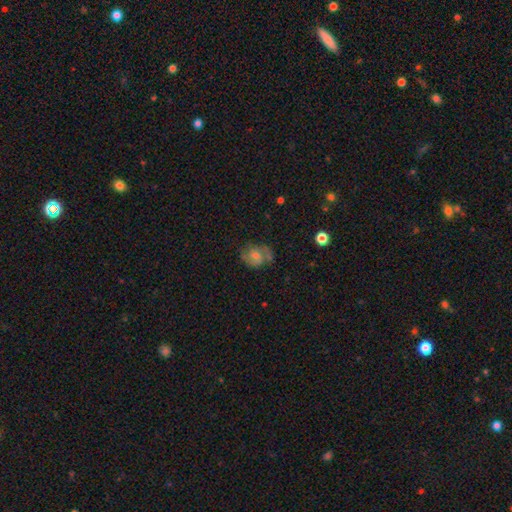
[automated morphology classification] type=featured or disk (70%); edge-on=no (97%); bar=no (59%); spiral arms=yes (91%); winding=medium (50%); arm count=2 (82%); bulge=small (43%); merging=none (69%).